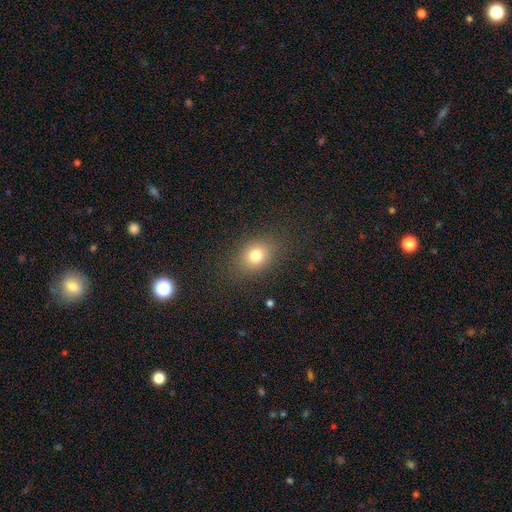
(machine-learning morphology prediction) smooth 77%, star or artifact 13%, featured or disk 9%. Down the decision tree: how rounded — in between (55%); merging — none (84%).